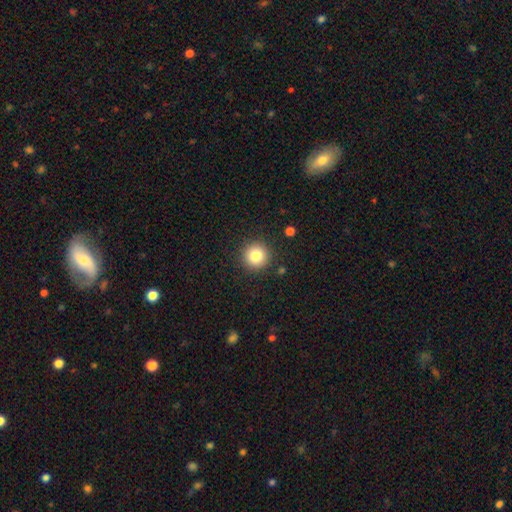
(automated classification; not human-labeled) This is clearly a smooth galaxy (81%). How rounded: clearly round (95%). Merging: clearly none (91%).